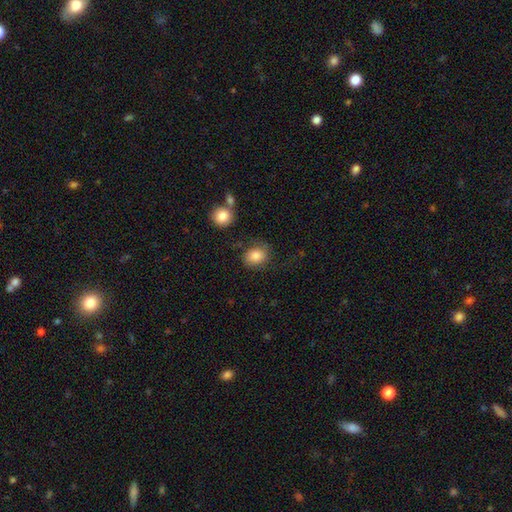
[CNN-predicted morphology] A smooth galaxy with no disk features (82%) that is round (56%). Merging: none (67%).